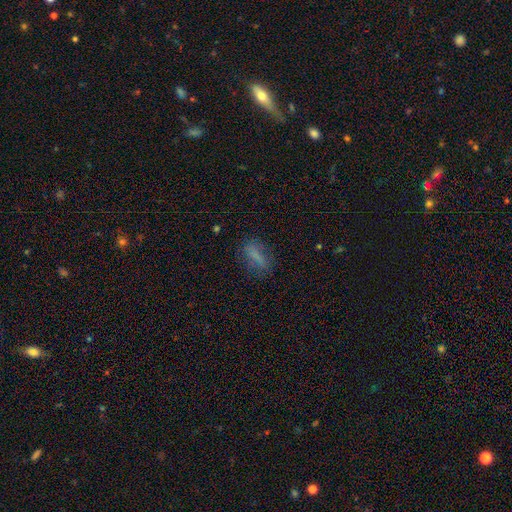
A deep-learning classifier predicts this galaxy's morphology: Smooth or featured: smooth — 72% (featured or disk — 16%)
How rounded: in between — 51% (cigar-shaped — 43%)
Merging: none — 75% (minor disturbance — 15%)